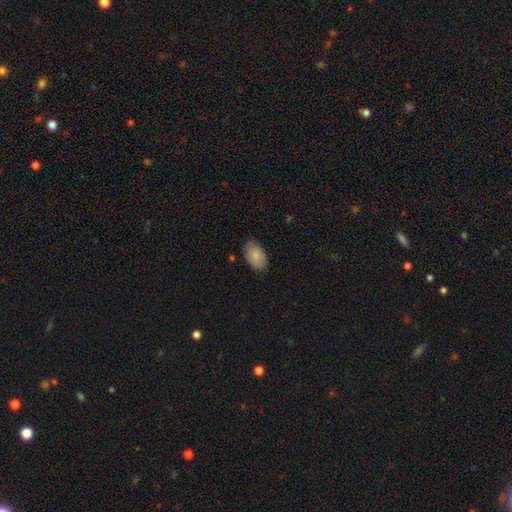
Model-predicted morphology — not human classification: type=smooth (81%); roundness=in between (93%); merging=none (80%).